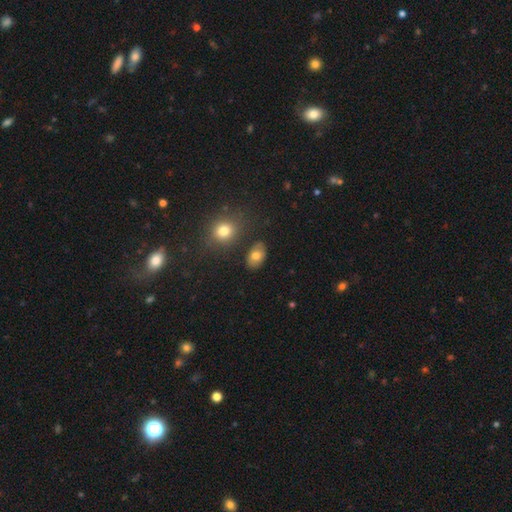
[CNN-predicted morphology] type=smooth (77%); roundness=in between (86%); merging=none (80%).